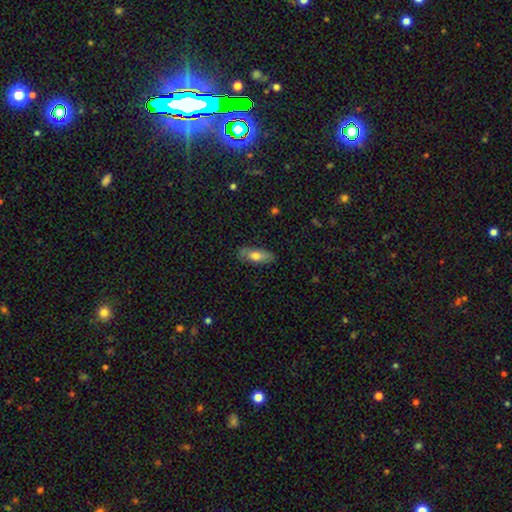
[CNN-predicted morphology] Q: Smooth or featured?
A: smooth (69%); runner-up: featured or disk (24%)
Q: How rounded?
A: in between (69%); runner-up: cigar-shaped (28%)
Q: Merging?
A: none (80%); runner-up: minor disturbance (15%)